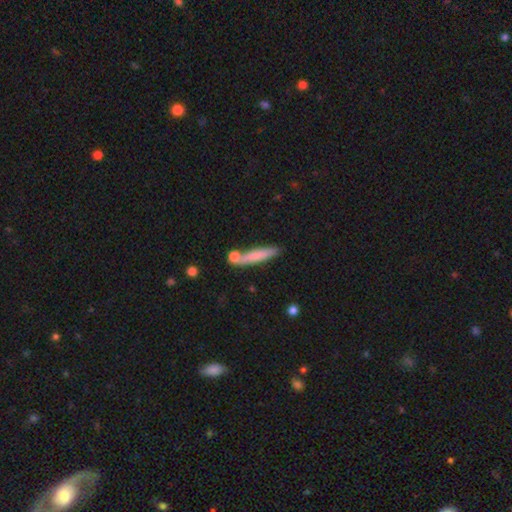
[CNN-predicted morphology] smooth 71%, featured or disk 22%, star or artifact 7%. Down the decision tree: how rounded — cigar-shaped (90%); merging — none (68%).